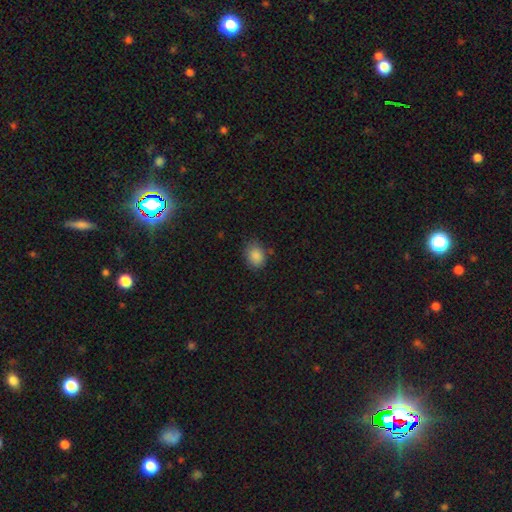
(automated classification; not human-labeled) Smooth or featured? smooth (87%)
How rounded? in between (58%)
Merging? none (75%)